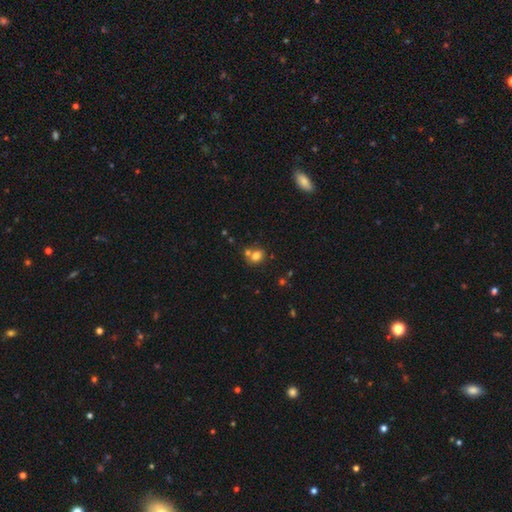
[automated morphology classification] This appears to be a smooth galaxy with no disk features (78%) that is round (51%). Merging: none (50%).